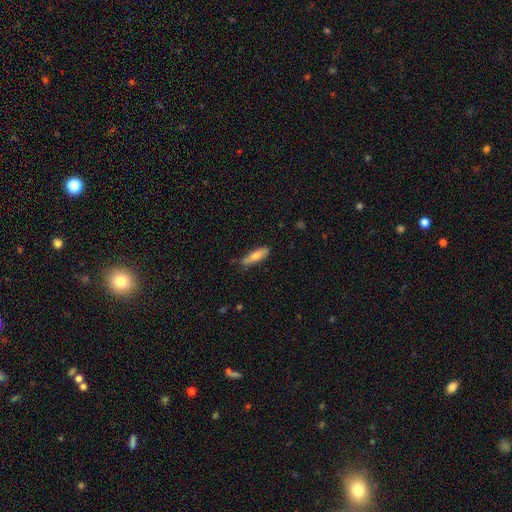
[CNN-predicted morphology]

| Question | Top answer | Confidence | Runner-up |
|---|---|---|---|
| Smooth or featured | smooth | 72% | featured or disk (22%) |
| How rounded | cigar-shaped | 53% | in between (45%) |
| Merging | none | 77% | minor disturbance (18%) |